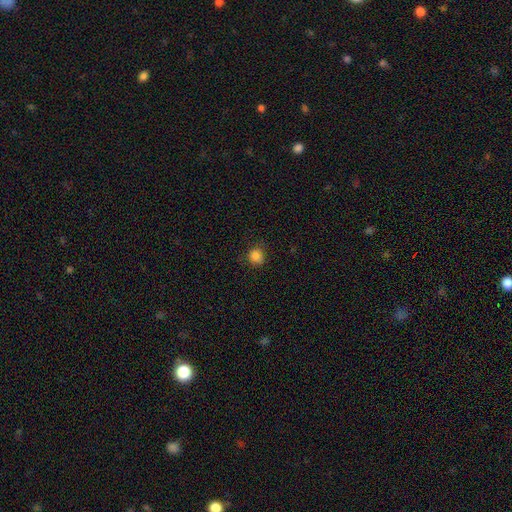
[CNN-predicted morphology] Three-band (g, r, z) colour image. It shows a smooth galaxy with no disk features (84%) that is round (85%). Merging: none (79%).